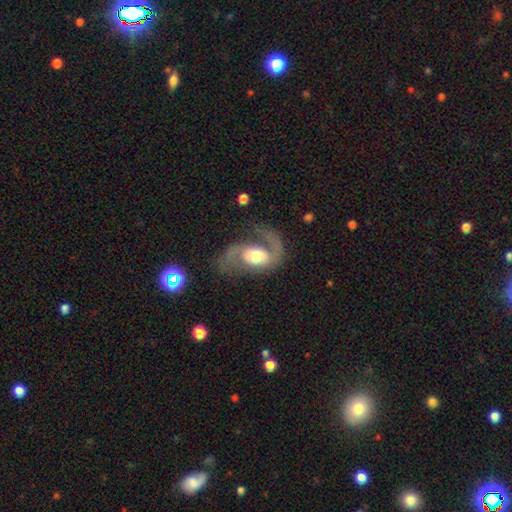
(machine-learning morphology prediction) Q: Smooth or featured?
A: featured or disk (84%); runner-up: smooth (11%)
Q: Edge-on disk?
A: no (97%); runner-up: yes (3%)
Q: Bar?
A: no (51%); runner-up: weak (35%)
Q: Spiral arms?
A: yes (93%); runner-up: no (7%)
Q: Spiral winding?
A: medium (45%); runner-up: loose (44%)
Q: Spiral arm count?
A: 2 (86%); runner-up: 1 (8%)
Q: Bulge size?
A: moderate (59%); runner-up: large (26%)
Q: Merging?
A: none (57%); runner-up: major disturbance (22%)